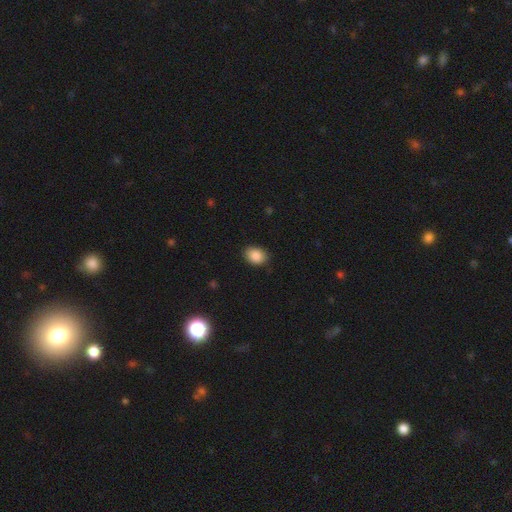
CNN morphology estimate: This appears to be a smooth galaxy with no disk features (88%) that is in between round and cigar-shaped (67%). Merging: none (86%).